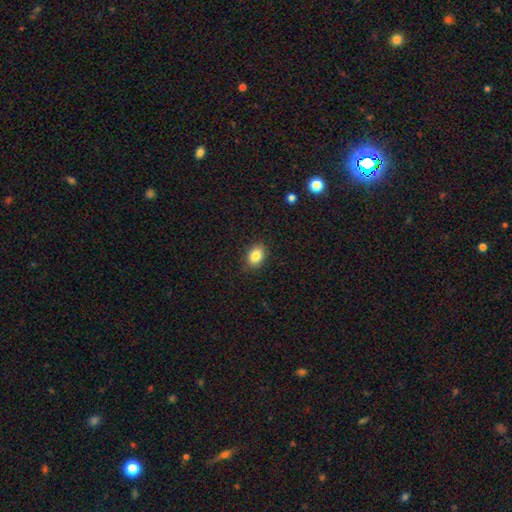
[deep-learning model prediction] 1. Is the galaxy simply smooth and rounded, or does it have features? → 85% smooth, 9% star or artifact, 6% featured or disk.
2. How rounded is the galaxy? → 70% in between, 29% round, 1% cigar-shaped.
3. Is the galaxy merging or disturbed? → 88% none, 9% minor disturbance, 2% major disturbance, 1% merger.